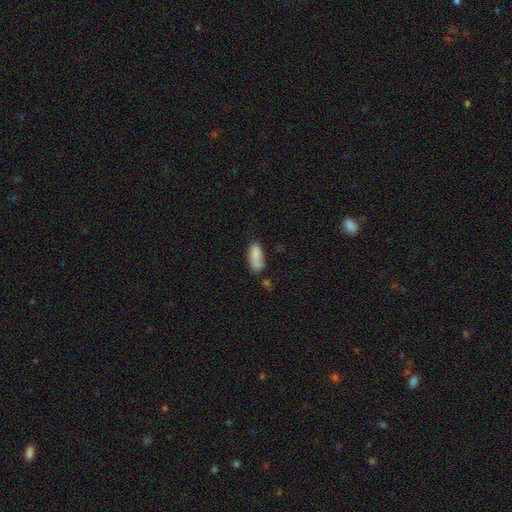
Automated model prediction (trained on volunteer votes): This is clearly a smooth galaxy (82%). How rounded: clearly in between (84%). Merging: possibly none (53%).